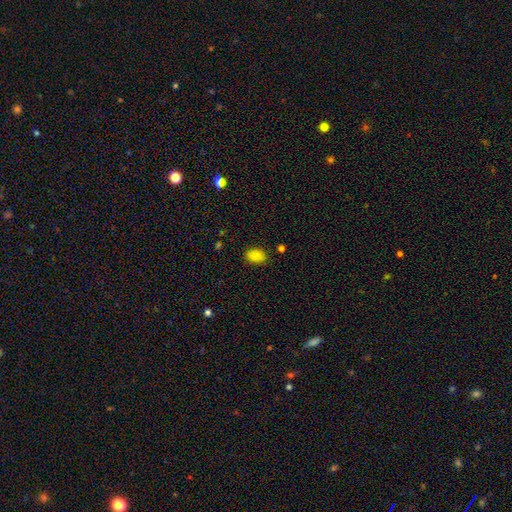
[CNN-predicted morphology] Overall: smooth (86%). How rounded: in between (85%). Merging: none (84%).